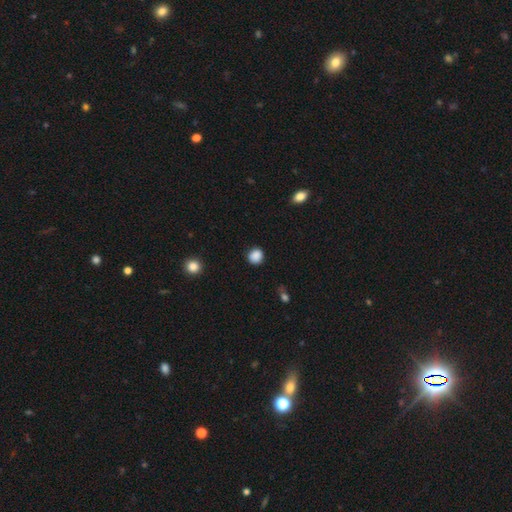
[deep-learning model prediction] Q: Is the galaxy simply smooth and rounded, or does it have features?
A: smooth — 87%.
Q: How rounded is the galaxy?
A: round — 86%.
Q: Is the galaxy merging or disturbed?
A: none — 87%.